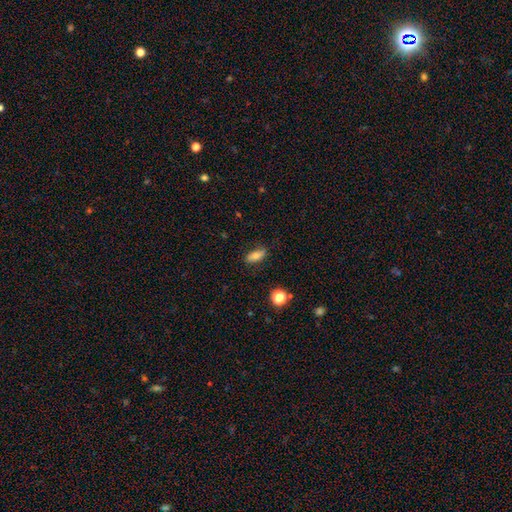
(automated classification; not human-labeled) This appears to be a smooth galaxy with no disk features (74%) that is in between round and cigar-shaped (82%). Merging: none (82%).